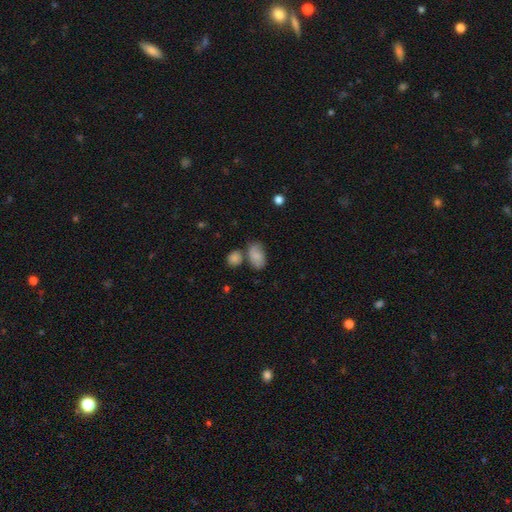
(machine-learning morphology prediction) The model was most divided on "merging": none: 54%, minor disturbance: 21%, merger: 18%, major disturbance: 7%. More confident: how rounded — in between (87%); smooth or featured — smooth (75%).